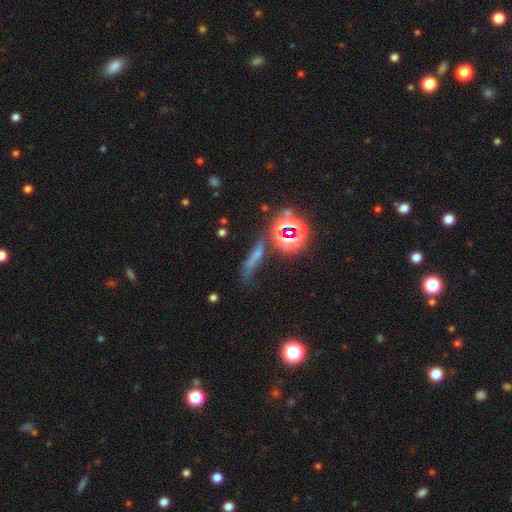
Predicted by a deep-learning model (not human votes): Smooth or featured? Predicted: smooth (p=0.42). Merging? Predicted: none (p=0.51).